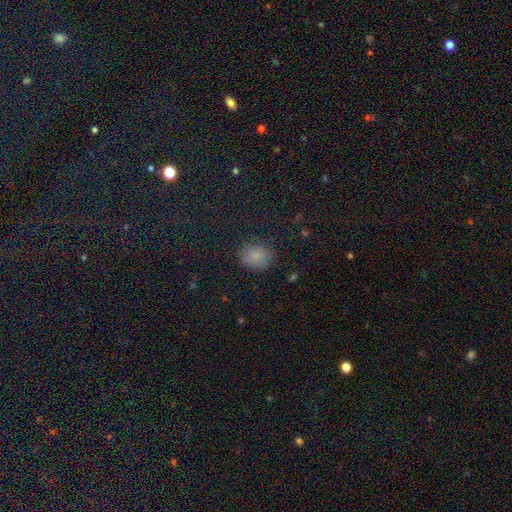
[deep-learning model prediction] This appears to be a smooth galaxy with no disk features (79%) that is in between round and cigar-shaped (53%). Merging: none (84%).